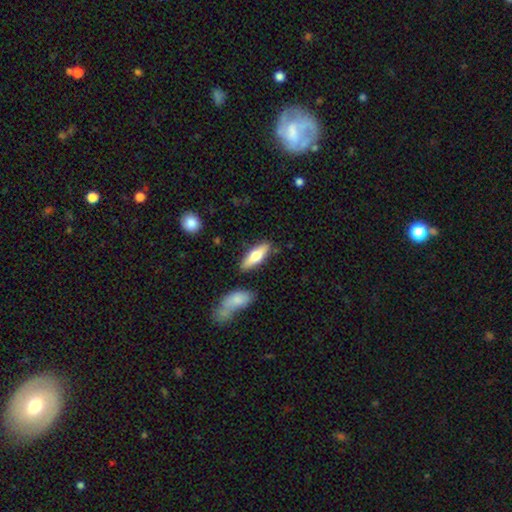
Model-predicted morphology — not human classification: Q: Smooth or featured?
A: smooth (61%); runner-up: featured or disk (34%)
Q: How rounded?
A: in between (52%); runner-up: cigar-shaped (46%)
Q: Merging?
A: none (81%); runner-up: minor disturbance (11%)